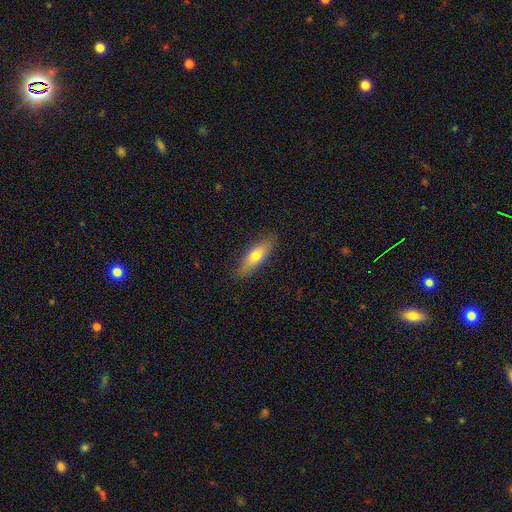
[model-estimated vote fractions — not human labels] smooth_or_featured: smooth (p=0.68) [alt: featured or disk p=0.25]
how_rounded: in between (p=0.56) [alt: cigar-shaped p=0.41]
merging: none (p=0.84) [alt: minor disturbance p=0.12]